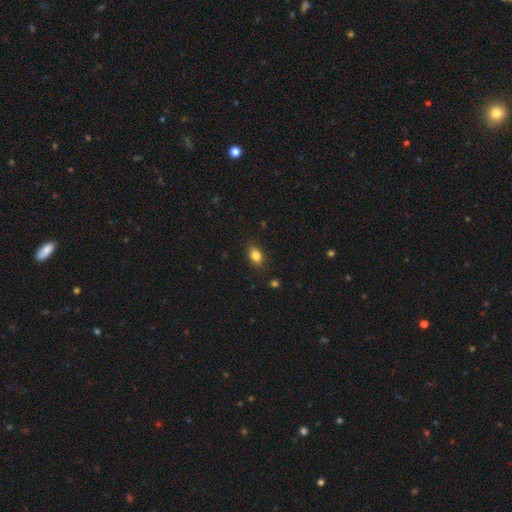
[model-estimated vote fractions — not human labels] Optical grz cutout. It shows a smooth galaxy with no disk features (80%) that is in between round and cigar-shaped (79%). Merging: none (82%).